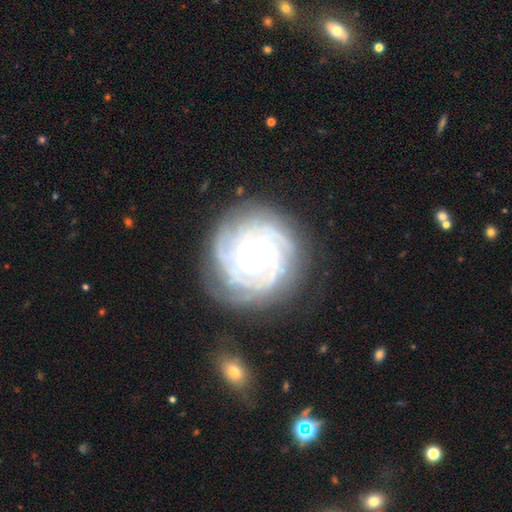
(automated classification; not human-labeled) smooth_or_featured: featured or disk (p=0.87) [alt: smooth p=0.07]
disk_edge_on: no (p=0.97) [alt: yes p=0.03]
bar: no (p=0.64) [alt: weak p=0.25]
has_spiral_arms: yes (p=0.97) [alt: no p=0.03]
spiral_winding: tight (p=0.86) [alt: medium p=0.12]
spiral_arm_count: can't tell (p=0.28) [alt: 4 p=0.20]
bulge_size: moderate (p=0.66) [alt: small p=0.25]
merging: none (p=0.78) [alt: minor disturbance p=0.15]